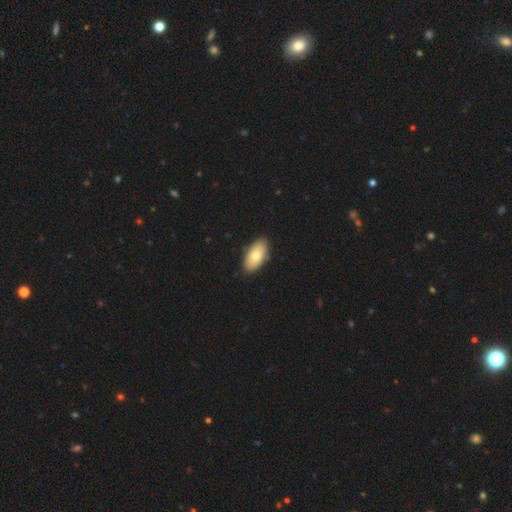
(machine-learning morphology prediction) type=smooth (75%); roundness=in between (94%); merging=none (88%).